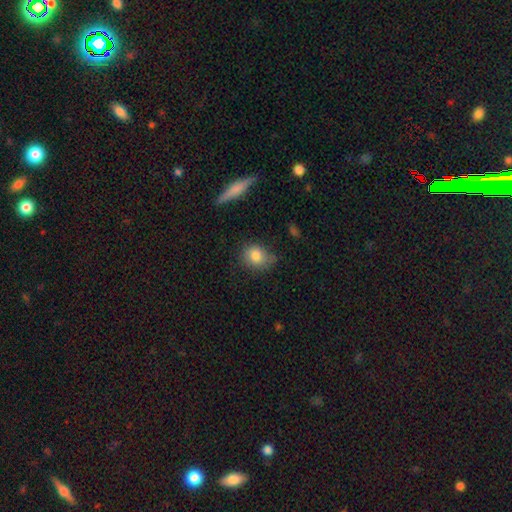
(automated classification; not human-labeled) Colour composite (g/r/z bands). It shows a smooth galaxy with no disk features (81%) that is round (57%). Merging: none (62%).